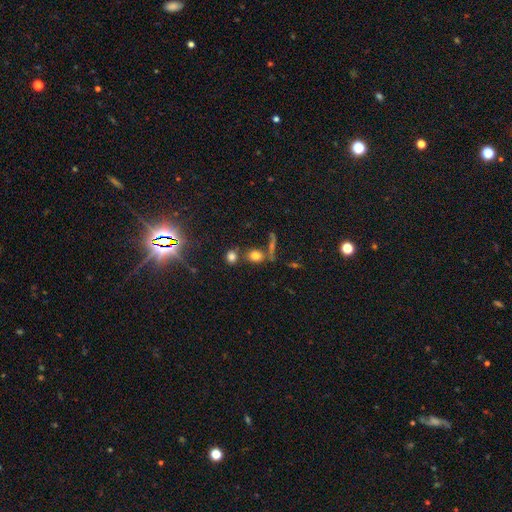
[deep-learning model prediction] This appears to be a smooth galaxy with no disk features (75%) that is round (63%). Merging: none (63%).